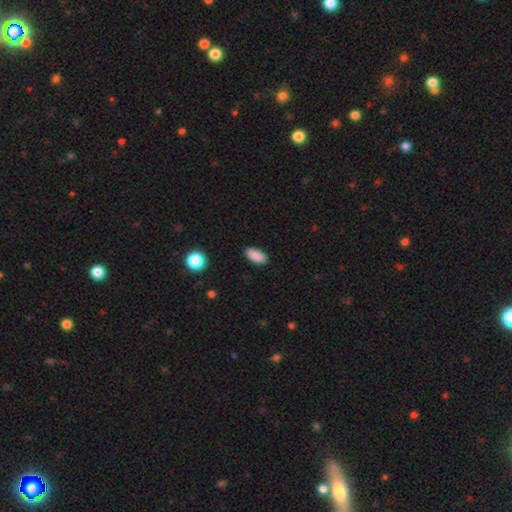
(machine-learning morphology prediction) This is clearly a smooth galaxy (89%). How rounded: clearly in between (90%). Merging: clearly none (89%).